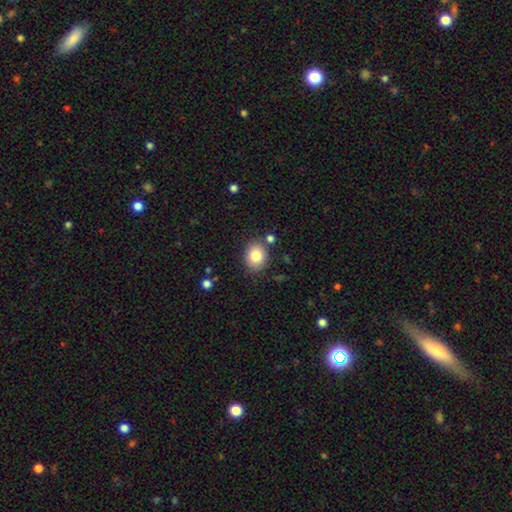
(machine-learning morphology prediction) Smooth or featured: smooth — 83% (star or artifact — 9%)
How rounded: in between — 50% (round — 49%)
Merging: none — 82% (minor disturbance — 11%)